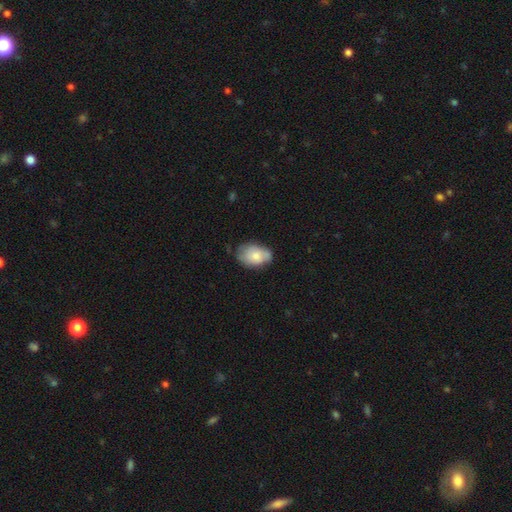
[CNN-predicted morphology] smooth_or_featured: smooth (p=0.70) [alt: featured or disk p=0.23]
how_rounded: in between (p=0.86) [alt: round p=0.13]
merging: none (p=0.55) [alt: minor disturbance p=0.34]